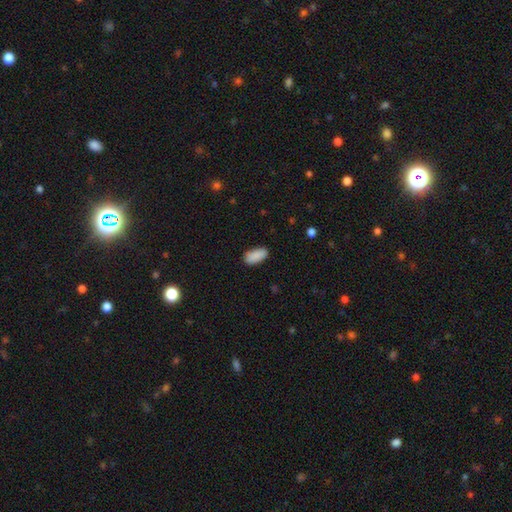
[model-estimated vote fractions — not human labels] smooth 90%, star or artifact 7%, featured or disk 3%. Down the decision tree: how rounded — in between (92%); merging — none (85%).